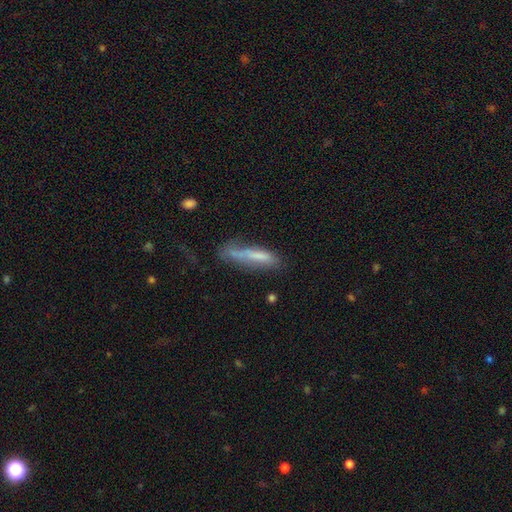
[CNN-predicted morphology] Smooth or featured: smooth — 61% (featured or disk — 30%)
How rounded: cigar-shaped — 86% (in between — 13%)
Merging: none — 50% (minor disturbance — 28%)